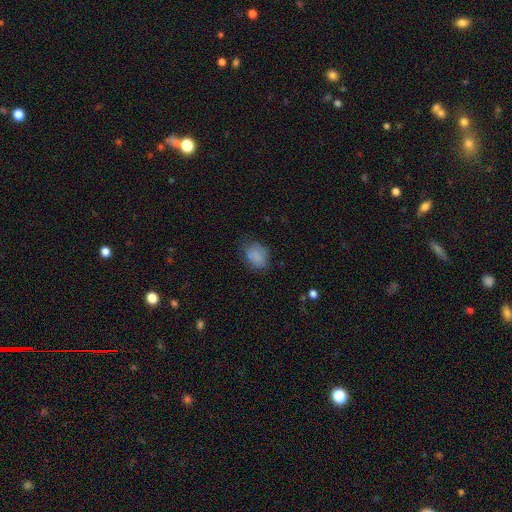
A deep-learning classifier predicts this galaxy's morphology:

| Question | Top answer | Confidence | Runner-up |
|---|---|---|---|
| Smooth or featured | smooth | 81% | star or artifact (10%) |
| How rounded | in between | 66% | round (33%) |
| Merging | none | 67% | minor disturbance (23%) |